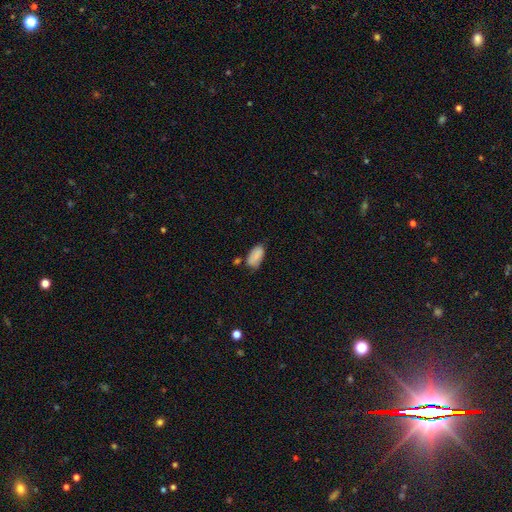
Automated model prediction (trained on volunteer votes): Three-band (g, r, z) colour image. It shows a smooth galaxy with no disk features (84%) that is in between round and cigar-shaped (93%). Merging: none (61%).